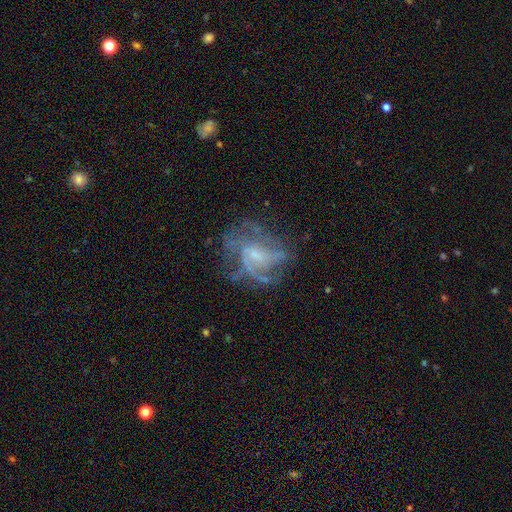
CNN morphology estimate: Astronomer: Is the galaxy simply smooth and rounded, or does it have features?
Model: featured or disk — 80%.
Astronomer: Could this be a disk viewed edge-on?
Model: no — 98%.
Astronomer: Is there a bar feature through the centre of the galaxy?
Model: no — 49% (runner-up: weak, 42%).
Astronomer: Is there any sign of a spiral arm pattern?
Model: yes — 84%.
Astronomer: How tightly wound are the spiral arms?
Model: medium — 45% (runner-up: tight, 28%).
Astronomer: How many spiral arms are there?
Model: can't tell — 33% (runner-up: 3, 23%).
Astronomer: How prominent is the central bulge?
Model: small — 56%.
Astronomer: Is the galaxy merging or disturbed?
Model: none — 53%.